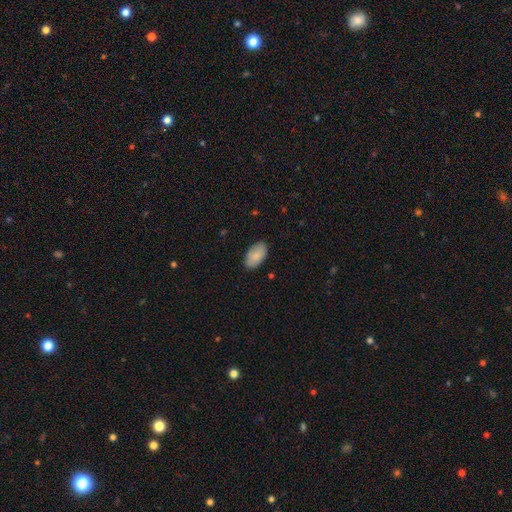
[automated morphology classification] Smooth or featured? Predicted: smooth (p=0.87). How rounded? Predicted: in between (p=0.95). Merging? Predicted: none (p=0.84).